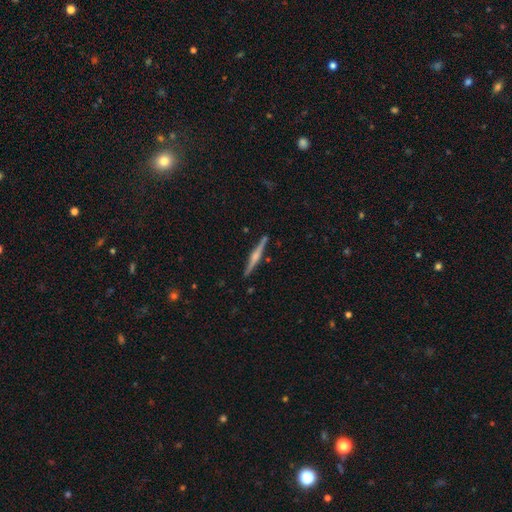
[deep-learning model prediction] Smooth or featured?
  - featured or disk: 77% *
  - smooth: 17%
  - star or artifact: 6%
Edge-on disk?
  - yes: 99% *
  - no: 1%
Edge-on bulge?
  - rounded: 76% *
  - boxy: 16%
  - none: 9%
Merging?
  - none: 91% *
  - minor disturbance: 6%
  - merger: 1%
  - major disturbance: 1%